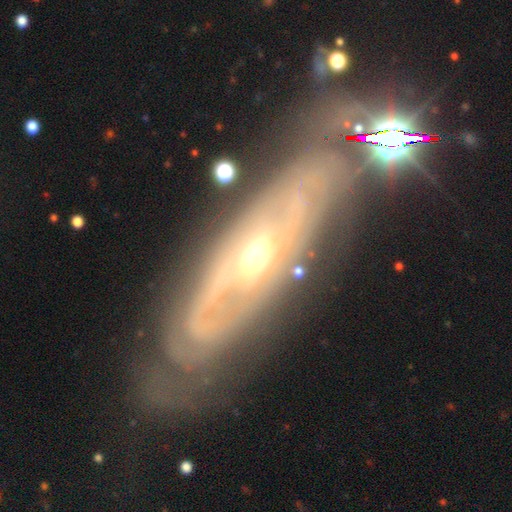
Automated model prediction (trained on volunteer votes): smooth-or-featured: featured or disk: 82% | smooth: 12% | star or artifact: 6%
  disk-edge-on: no: 75% | yes: 25%
    bar: no: 58% | weak: 29% | strong: 13%
    has-spiral-arms: yes: 75% | no: 25%
    bulge-size: moderate: 58% | small: 34% | large: 5% | none: 1% | dominant: 1%
  merging: none: 67% | minor disturbance: 18% | major disturbance: 10% | merger: 5%